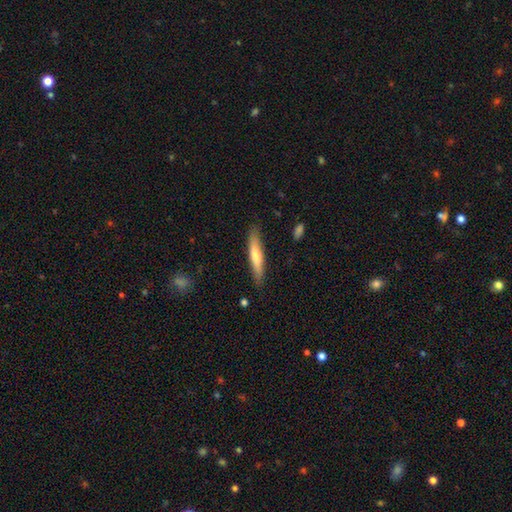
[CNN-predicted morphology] A smooth galaxy with no disk features (60%) that is cigar-shaped (88%).

Vote fractions:
- Smooth or featured? smooth: 60% / featured or disk: 35% / star or artifact: 6%
- How rounded? cigar-shaped: 88% / in between: 11% / round: 1%
- Merging? none: 85% / minor disturbance: 12% / major disturbance: 2% / merger: 1%